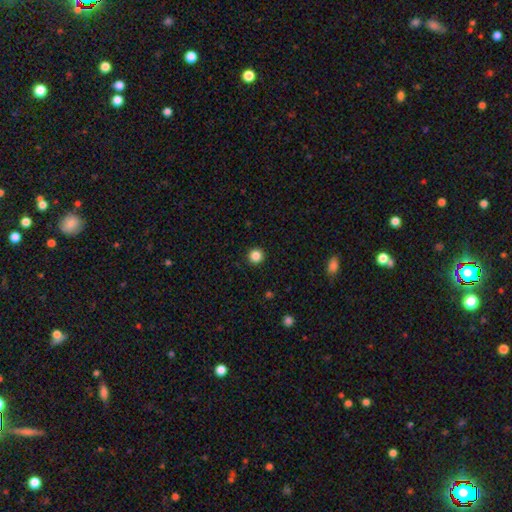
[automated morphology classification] type=smooth (86%); roundness=round (95%); merging=none (93%).